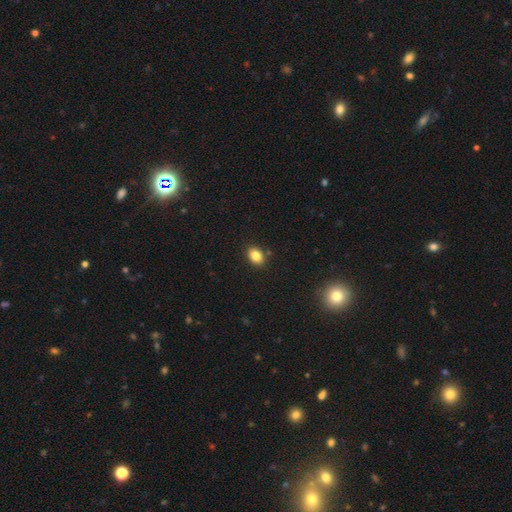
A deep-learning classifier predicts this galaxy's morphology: Smooth or featured: smooth — 84% (star or artifact — 10%)
How rounded: in between — 69% (round — 30%)
Merging: none — 87% (minor disturbance — 9%)